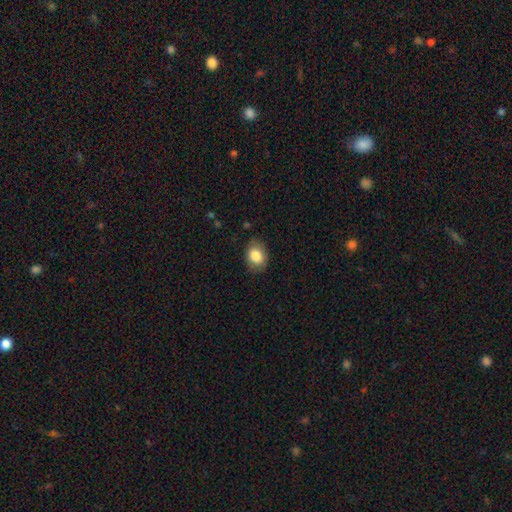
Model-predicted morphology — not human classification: A smooth galaxy with no disk features (84%) that is in between round and cigar-shaped (71%). Merging: none (80%).